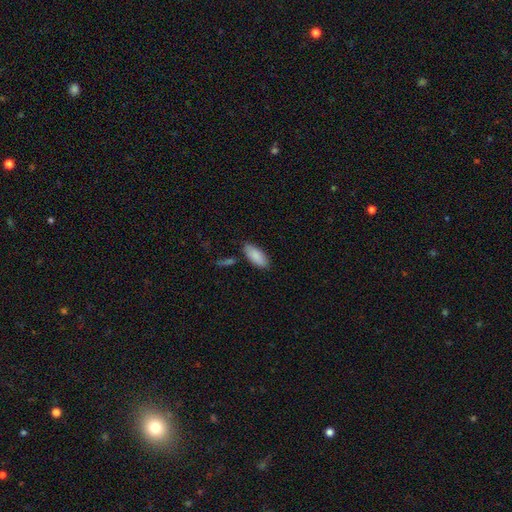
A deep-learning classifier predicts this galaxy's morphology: smooth 87%, featured or disk 7%, star or artifact 6%. Down the decision tree: how rounded — in between (85%); merging — none (80%).